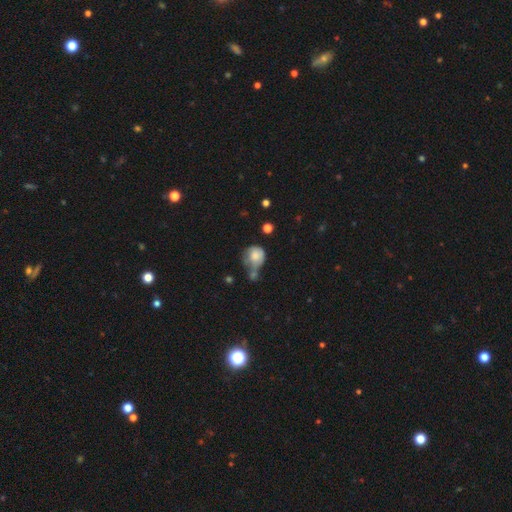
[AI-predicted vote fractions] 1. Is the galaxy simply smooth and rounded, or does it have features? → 72% smooth, 19% featured or disk, 9% star or artifact.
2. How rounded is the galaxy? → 75% round, 24% in between, 1% cigar-shaped.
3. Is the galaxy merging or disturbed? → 30% merger, 28% none, 24% minor disturbance, 18% major disturbance.